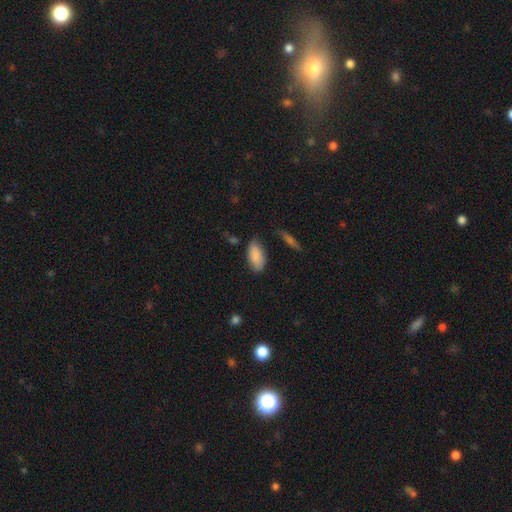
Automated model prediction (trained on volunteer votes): Morphology: type=smooth (86%); roundness=in between (92%); merging=none (73%).